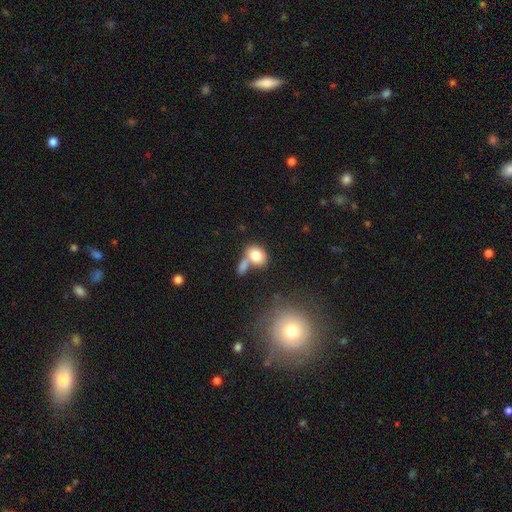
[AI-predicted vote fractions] A smooth galaxy with no disk features (78%) that is in between round and cigar-shaped (69%).

Vote fractions:
- Smooth or featured? smooth: 78% / featured or disk: 13% / star or artifact: 8%
- How rounded? in between: 69% / round: 29% / cigar-shaped: 2%
- Merging? merger: 47% / none: 34% / minor disturbance: 12% / major disturbance: 7%